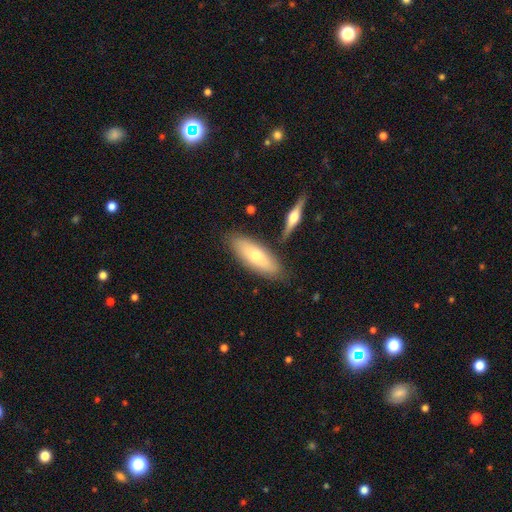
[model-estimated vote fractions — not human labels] Smooth or featured?
  - smooth: 63% *
  - featured or disk: 31%
  - star or artifact: 6%
How rounded?
  - in between: 69% *
  - cigar-shaped: 29%
  - round: 2%
Merging?
  - none: 78% *
  - minor disturbance: 12%
  - merger: 7%
  - major disturbance: 3%